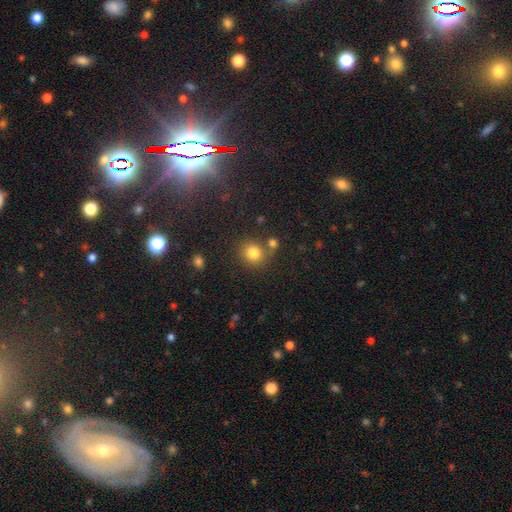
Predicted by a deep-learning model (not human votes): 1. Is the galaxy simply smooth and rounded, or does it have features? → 50% smooth, 41% star or artifact, 8% featured or disk.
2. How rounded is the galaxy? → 88% round, 11% in between, 1% cigar-shaped.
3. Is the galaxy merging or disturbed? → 82% none, 8% merger, 7% minor disturbance, 3% major disturbance.